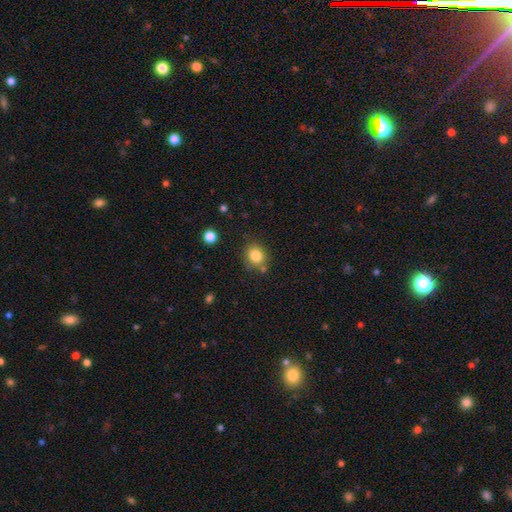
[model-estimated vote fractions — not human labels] This appears to be a smooth galaxy with no disk features (83%) that is round (73%). Merging: none (75%).